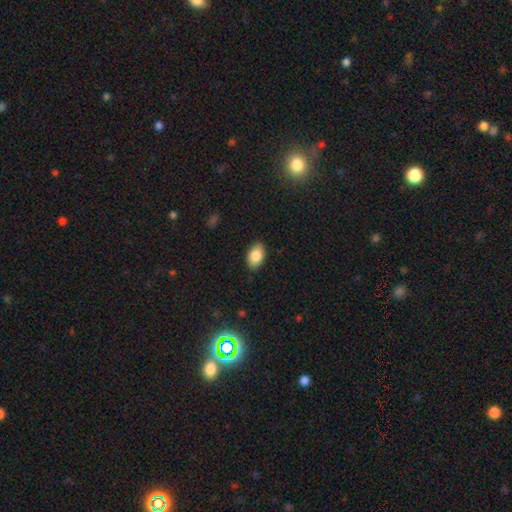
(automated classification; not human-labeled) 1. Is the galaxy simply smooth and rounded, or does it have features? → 85% smooth, 8% featured or disk, 7% star or artifact.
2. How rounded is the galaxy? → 91% in between, 7% round, 2% cigar-shaped.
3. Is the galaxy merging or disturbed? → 86% none, 11% minor disturbance, 2% major disturbance, 1% merger.